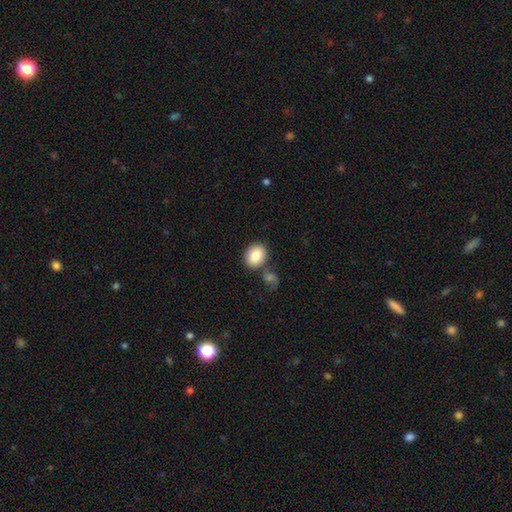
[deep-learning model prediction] Smooth or featured: smooth — 85% (star or artifact — 8%)
How rounded: round — 59% (in between — 40%)
Merging: none — 67% (merger — 18%)